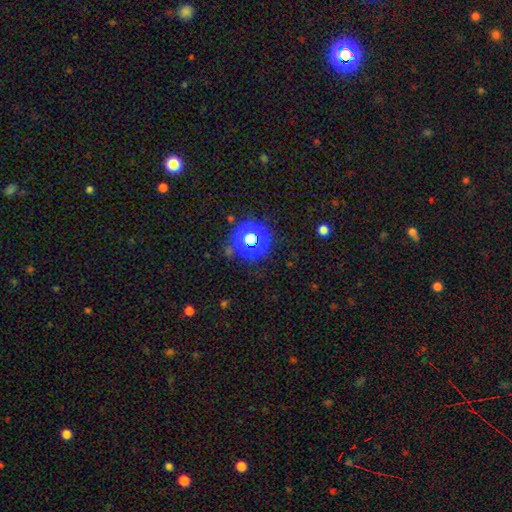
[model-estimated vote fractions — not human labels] This appears to be a star or artifact, not a galaxy (63%).